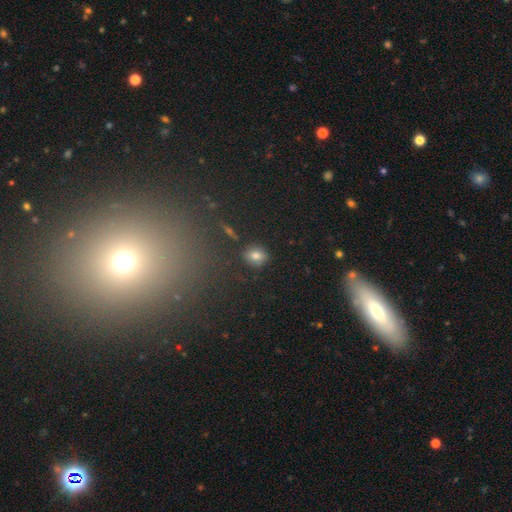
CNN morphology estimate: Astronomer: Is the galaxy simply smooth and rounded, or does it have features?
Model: smooth — 76%.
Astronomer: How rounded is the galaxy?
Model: round — 65%.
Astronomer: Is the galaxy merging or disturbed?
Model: none — 86%.